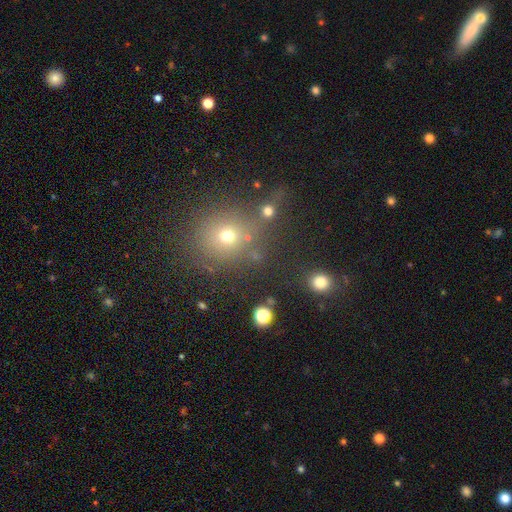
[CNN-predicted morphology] Q: Smooth or featured?
A: smooth (54%); runner-up: star or artifact (35%)
Q: How rounded?
A: round (86%); runner-up: in between (13%)
Q: Merging?
A: none (75%); runner-up: merger (11%)